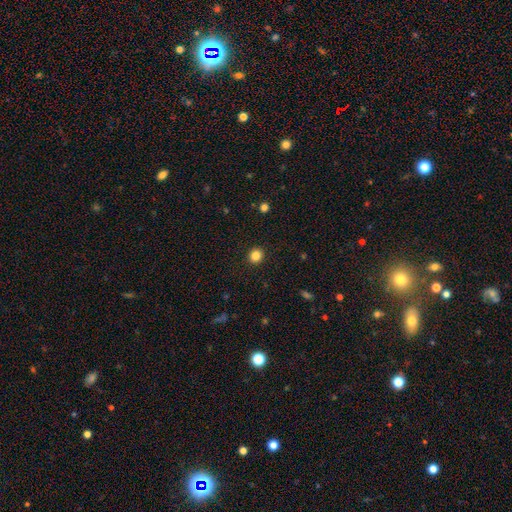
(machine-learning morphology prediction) A smooth galaxy with no disk features (84%) that is round (90%).

Vote fractions:
- Smooth or featured? smooth: 84% / star or artifact: 12% / featured or disk: 4%
- How rounded? round: 90% / in between: 9% / cigar-shaped: 1%
- Merging? none: 92% / minor disturbance: 5% / major disturbance: 2% / merger: 1%